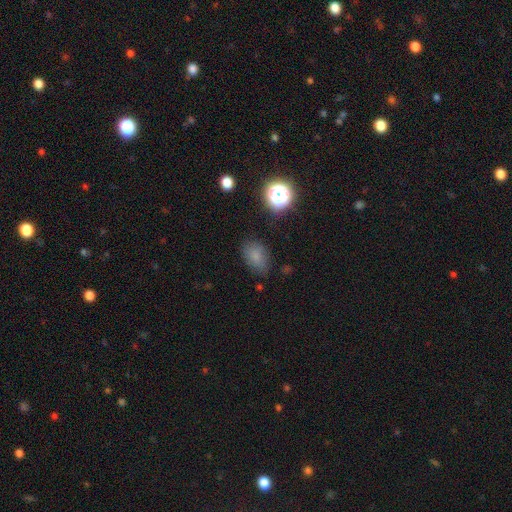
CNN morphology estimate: This is likely a smooth galaxy (78%). How rounded: likely in between (78%). Merging: likely none (70%).